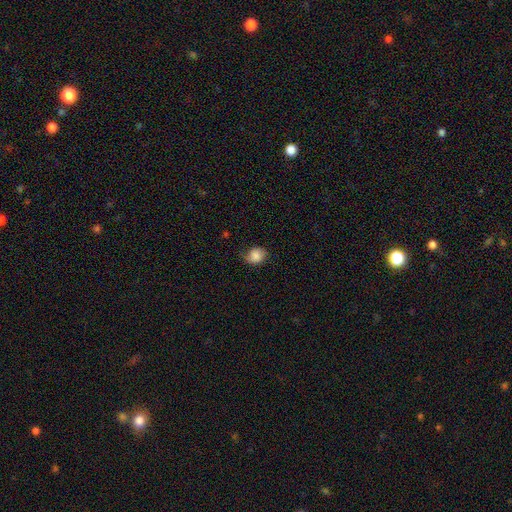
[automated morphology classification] Smooth or featured: smooth — 82% (featured or disk — 9%)
How rounded: round — 57% (in between — 42%)
Merging: none — 64% (minor disturbance — 28%)